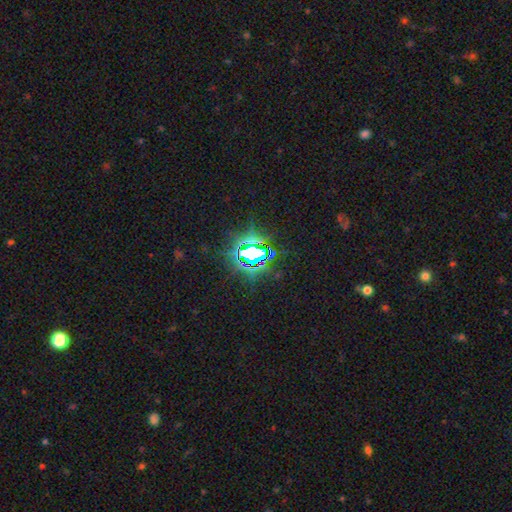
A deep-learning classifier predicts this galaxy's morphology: Smooth or featured: star or artifact — 83% (smooth — 10%)